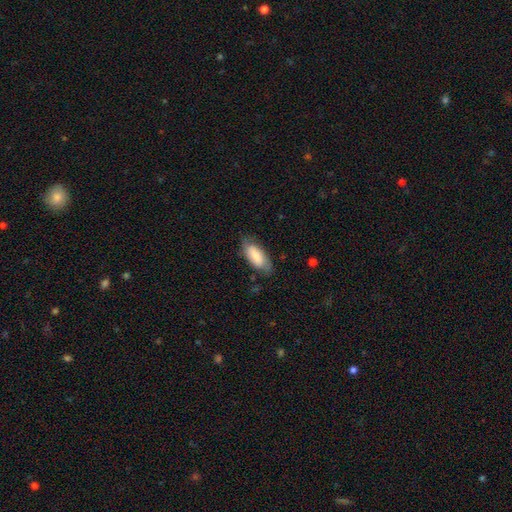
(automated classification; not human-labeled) Smooth or featured: smooth — 77% (featured or disk — 17%)
How rounded: in between — 83% (cigar-shaped — 15%)
Merging: none — 71% (minor disturbance — 22%)